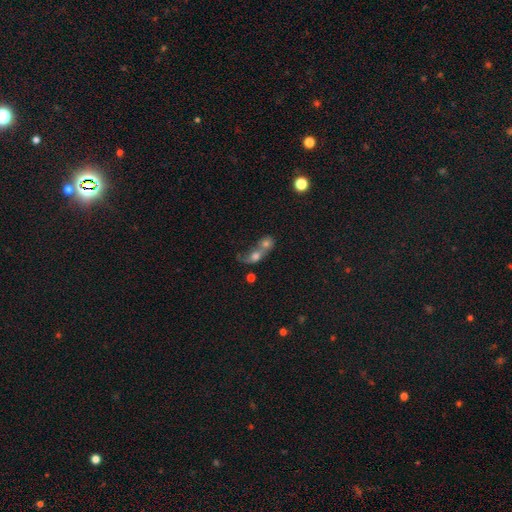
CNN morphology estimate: The model was most divided on "how rounded": round: 50%, in between: 45%, cigar-shaped: 5%. More confident: merging — merger (78%); smooth or featured — smooth (62%).